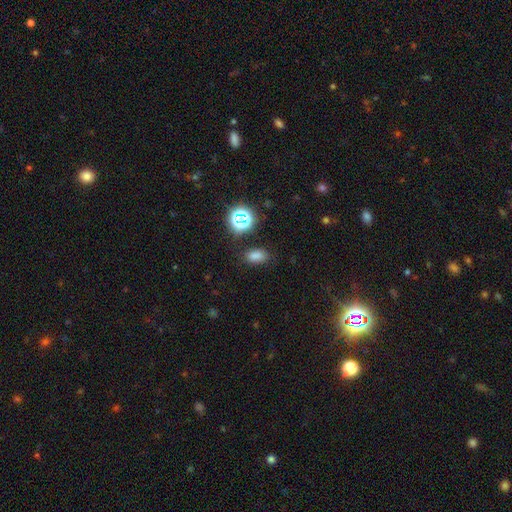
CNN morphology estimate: type=smooth (74%); roundness=in between (84%); merging=none (82%).